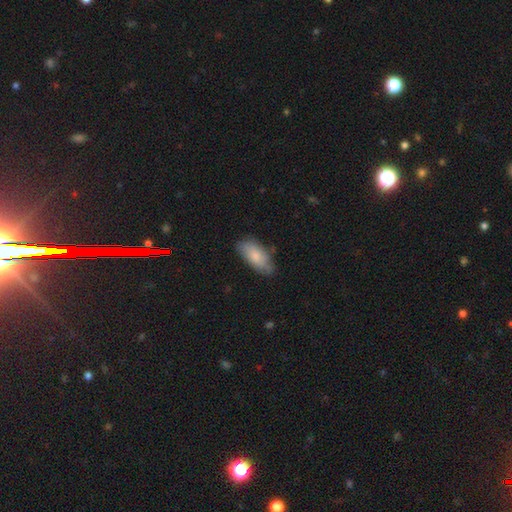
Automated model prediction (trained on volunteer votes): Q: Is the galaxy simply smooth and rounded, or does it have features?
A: smooth — 78%.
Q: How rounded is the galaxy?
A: in between — 90%.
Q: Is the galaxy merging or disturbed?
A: none — 70%.